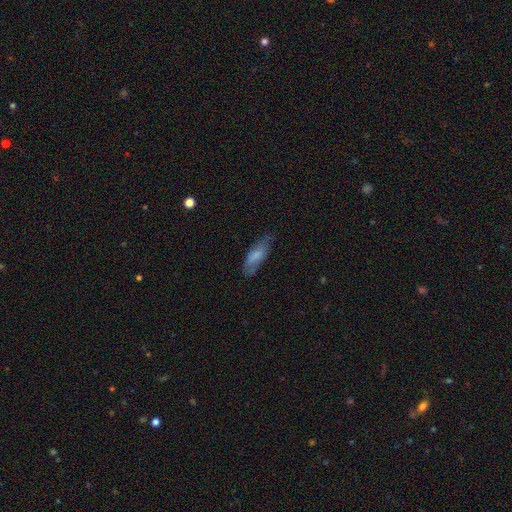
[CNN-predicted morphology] Smooth or featured: smooth — 66% (featured or disk — 27%)
How rounded: in between — 67% (cigar-shaped — 31%)
Merging: none — 67% (minor disturbance — 24%)